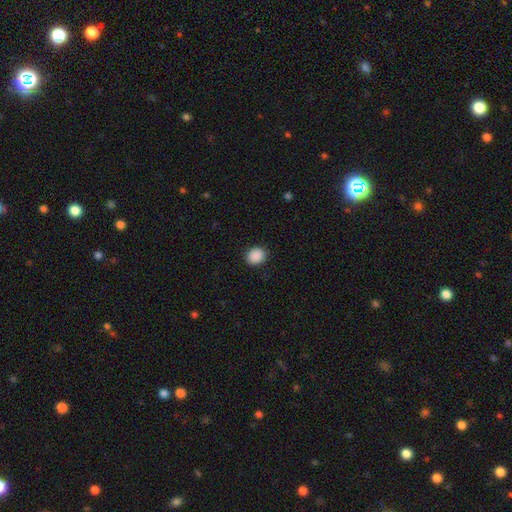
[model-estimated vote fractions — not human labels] Morphology: type=smooth (90%); roundness=round (64%); merging=none (90%).